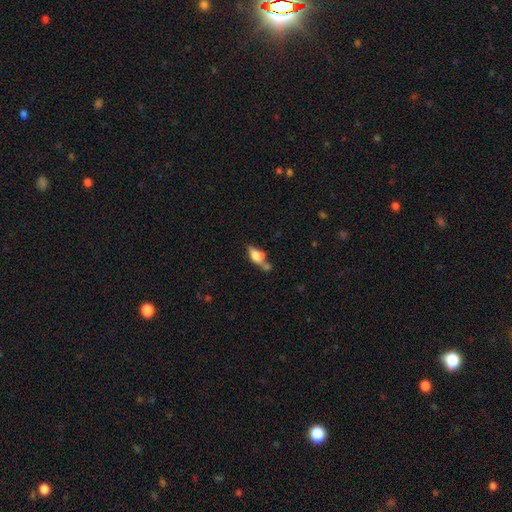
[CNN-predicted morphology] smooth_or_featured: smooth (p=0.64) [alt: featured or disk p=0.26]
how_rounded: in between (p=0.78) [alt: cigar-shaped p=0.16]
merging: merger (p=0.42) [alt: none p=0.30]